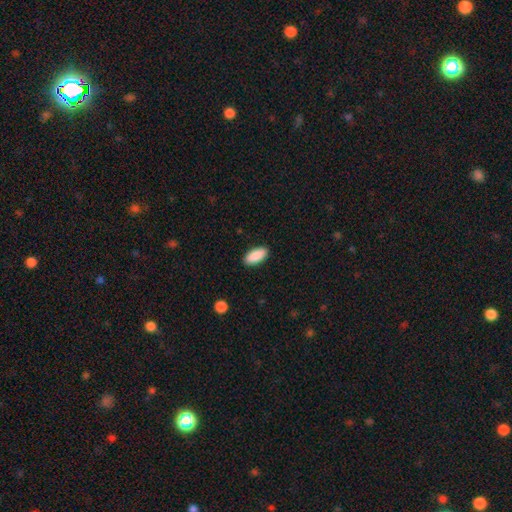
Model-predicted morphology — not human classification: Q: Smooth or featured?
A: smooth (90%); runner-up: star or artifact (6%)
Q: How rounded?
A: in between (88%); runner-up: cigar-shaped (10%)
Q: Merging?
A: none (90%); runner-up: minor disturbance (7%)